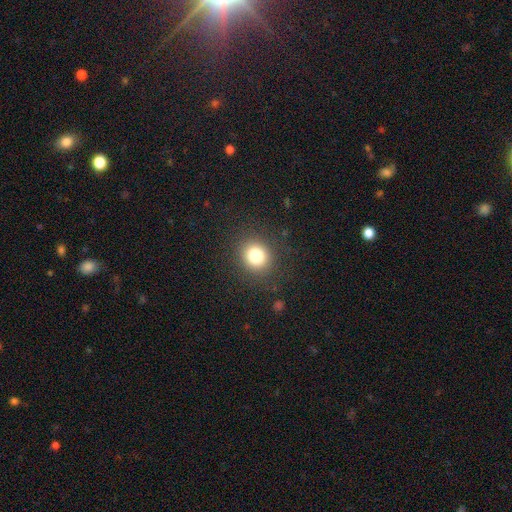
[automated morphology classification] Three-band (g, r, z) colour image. It shows a smooth galaxy with no disk features (80%) that is round (82%). Merging: none (87%).